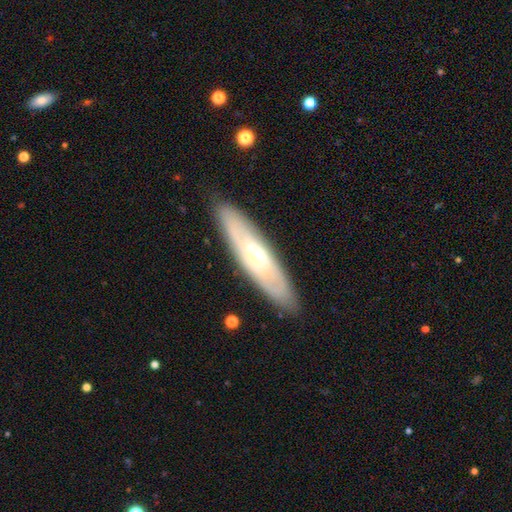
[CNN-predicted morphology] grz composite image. It shows a featured or disk galaxy (59%). Merging: none (87%).